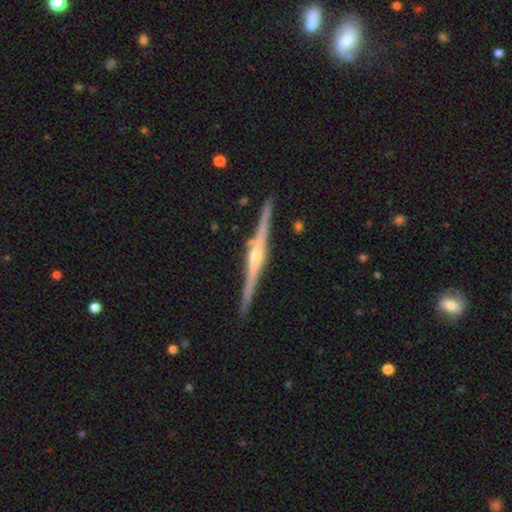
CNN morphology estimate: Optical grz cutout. It shows a featured or disk galaxy (84%) viewed edge-on (98%) with a rounded central bulge (74%). Merging: none (86%).